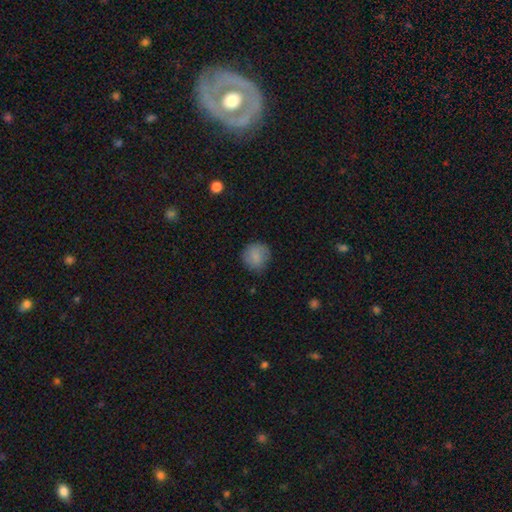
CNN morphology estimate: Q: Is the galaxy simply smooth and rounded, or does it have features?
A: smooth — 85%.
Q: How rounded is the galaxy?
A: round — 90%.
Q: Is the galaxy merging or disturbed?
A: none — 80%.